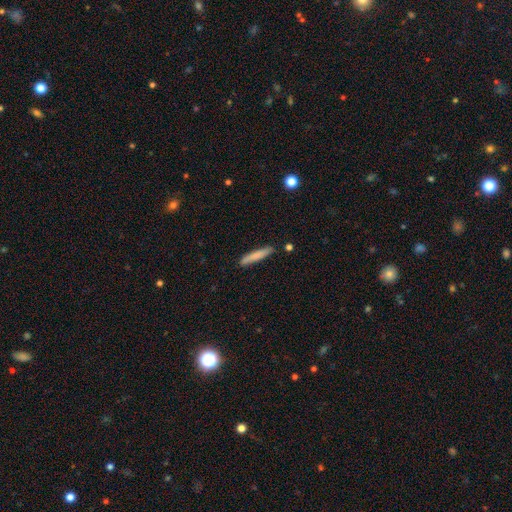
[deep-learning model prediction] This is likely a smooth galaxy (78%). How rounded: clearly cigar-shaped (92%). Merging: clearly none (84%).